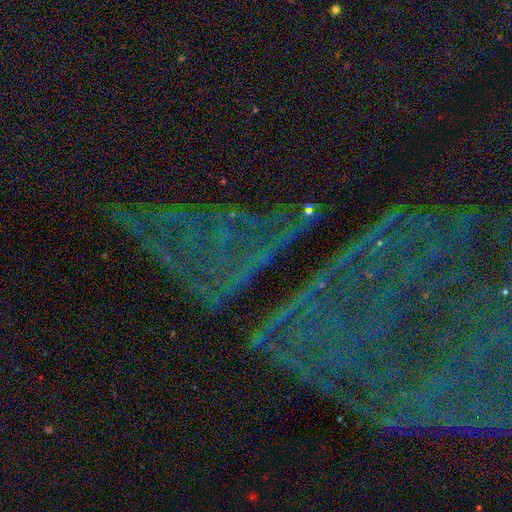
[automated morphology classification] Overall: star or artifact (83%).